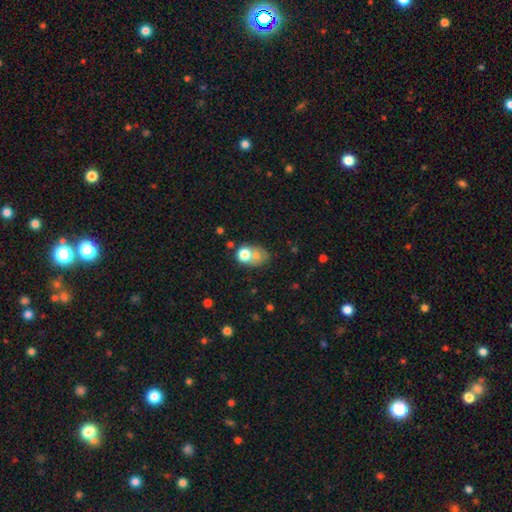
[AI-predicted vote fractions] smooth-or-featured: smooth: 66% | featured or disk: 22% | star or artifact: 12%
  how-rounded: in between: 52% | round: 47% | cigar-shaped: 1%
  merging: merger: 48% | none: 27% | minor disturbance: 13% | major disturbance: 12%